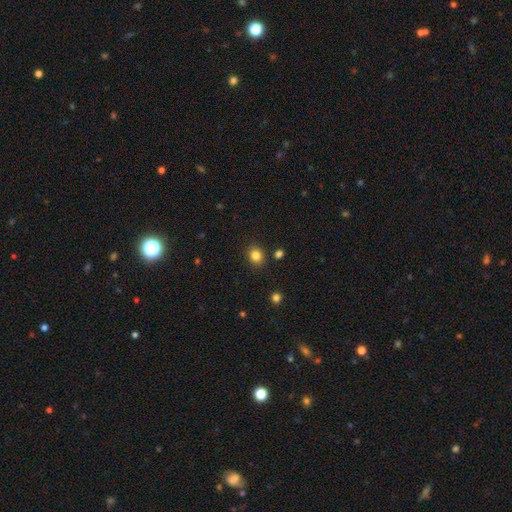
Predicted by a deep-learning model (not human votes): Morphology: type=smooth (83%); roundness=round (68%); merging=none (86%).